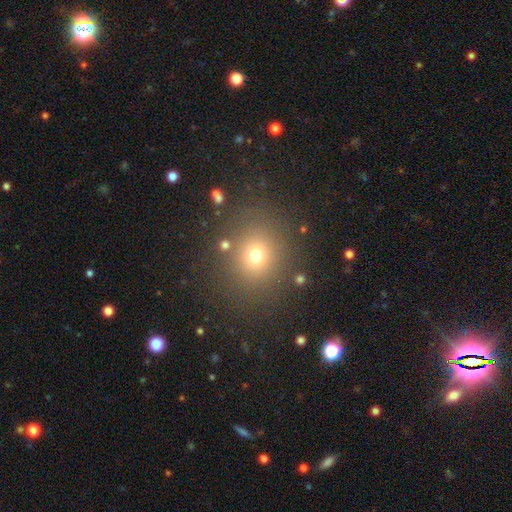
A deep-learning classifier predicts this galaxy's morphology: A smooth galaxy with no disk features (70%) that is round (79%). Merging: none (84%).